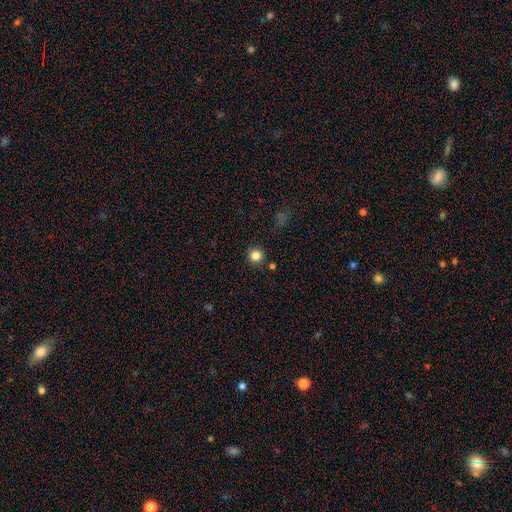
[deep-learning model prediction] smooth_or_featured: smooth (p=0.84) [alt: star or artifact p=0.12]
how_rounded: round (p=0.95) [alt: in between p=0.04]
merging: none (p=0.90) [alt: minor disturbance p=0.06]